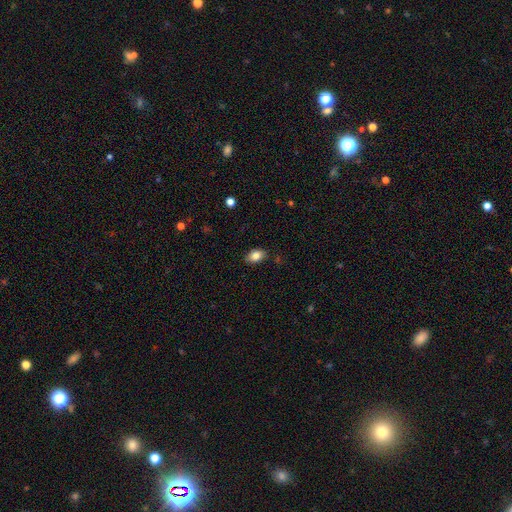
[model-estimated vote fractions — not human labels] Smooth or featured? smooth (82%)
How rounded? in between (88%)
Merging? none (85%)